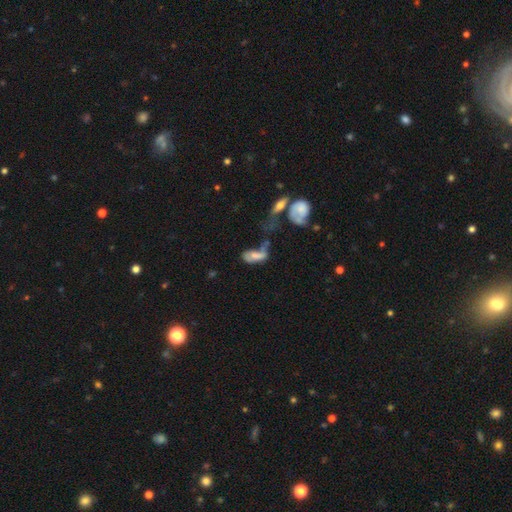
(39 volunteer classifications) A smooth galaxy with no disk features (54%) that is in between round and cigar-shaped (90%). Merging: major disturbance (36%).